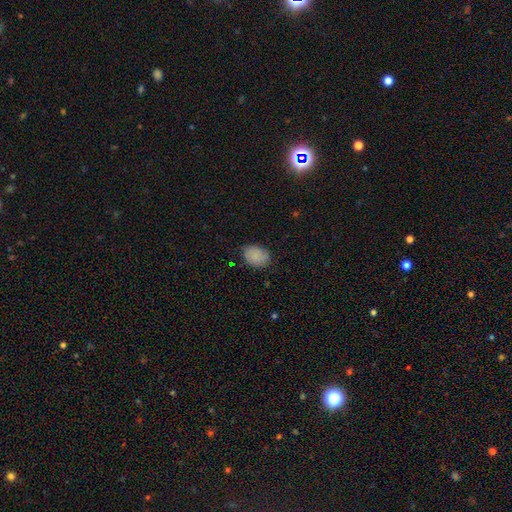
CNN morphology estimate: Smooth or featured? smooth (82%)
How rounded? in between (69%)
Merging? none (76%)